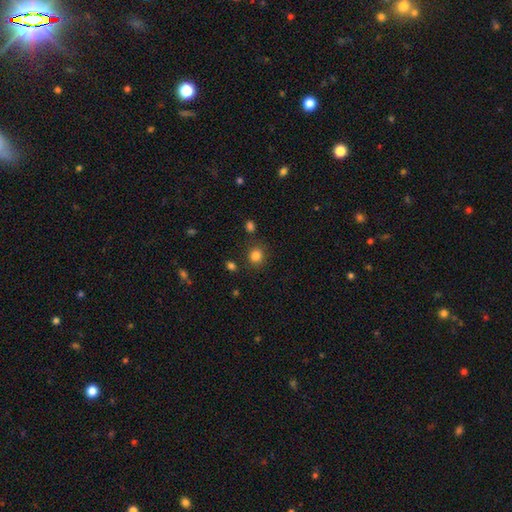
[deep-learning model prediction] Morphology: type=smooth (83%); roundness=round (86%); merging=none (85%).